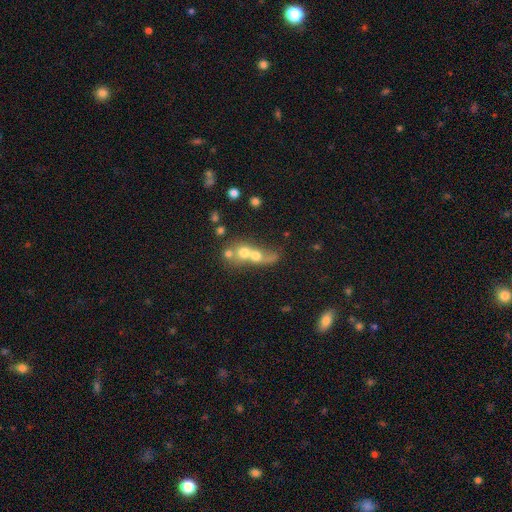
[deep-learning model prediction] Smooth or featured: smooth — 57% (featured or disk — 29%)
How rounded: round — 64% (in between — 30%)
Merging: merger — 72% (none — 16%)